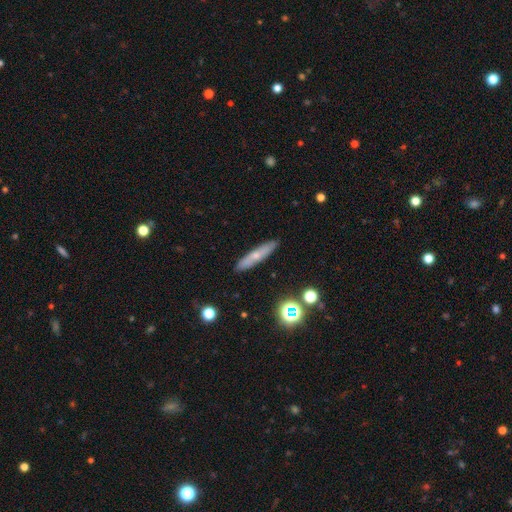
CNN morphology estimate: smooth-or-featured: smooth: 53% | featured or disk: 37% | star or artifact: 9%
  how-rounded: cigar-shaped: 86% | in between: 11% | round: 2%
  merging: none: 88% | minor disturbance: 8% | major disturbance: 2% | merger: 1%